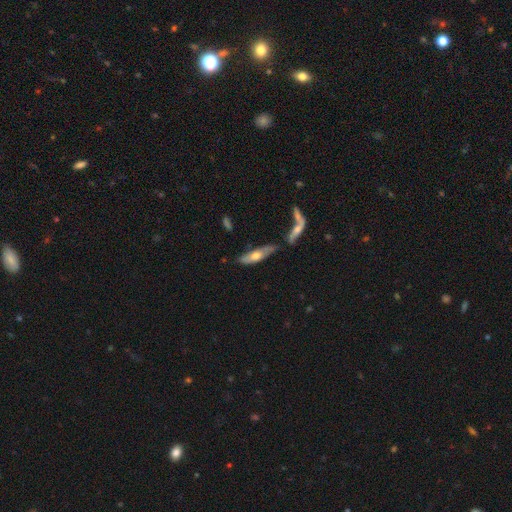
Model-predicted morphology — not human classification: smooth_or_featured: smooth (p=0.49) [alt: featured or disk p=0.45]
merging: none (p=0.54) [alt: minor disturbance p=0.20]